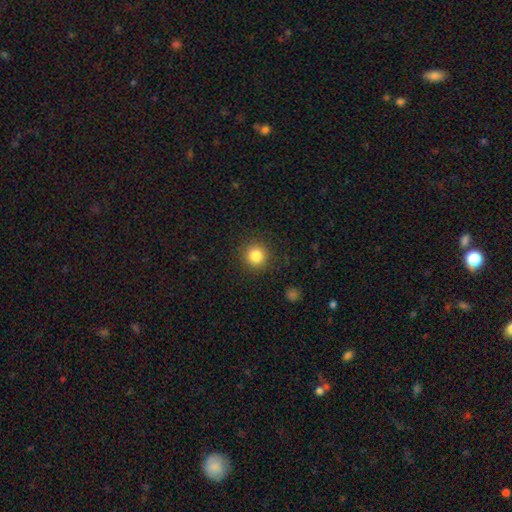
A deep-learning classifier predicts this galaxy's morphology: Smooth or featured? Predicted: smooth (p=0.84). How rounded? Predicted: round (p=0.94). Merging? Predicted: none (p=0.90).